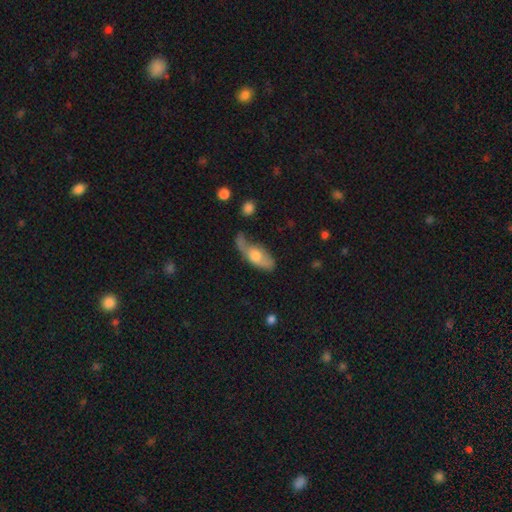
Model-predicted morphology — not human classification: A smooth galaxy with no disk features (57%) that is in between round and cigar-shaped (77%).

Vote fractions:
- Smooth or featured? smooth: 57% / featured or disk: 36% / star or artifact: 7%
- How rounded? in between: 77% / cigar-shaped: 18% / round: 5%
- Merging? none: 32% / minor disturbance: 30% / major disturbance: 25% / merger: 13%